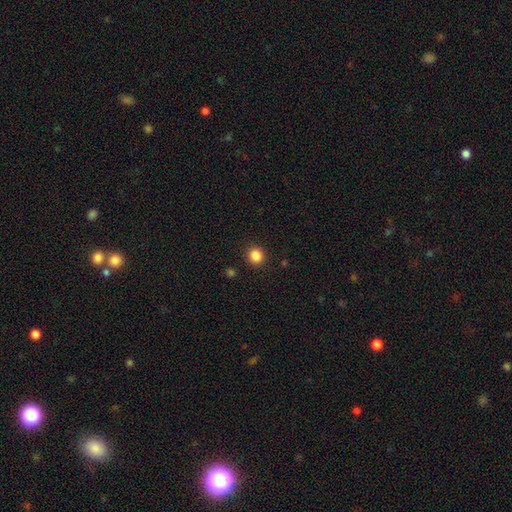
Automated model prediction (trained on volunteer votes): smooth 85%, star or artifact 11%, featured or disk 4%. Down the decision tree: how rounded — round (87%); merging — none (91%).